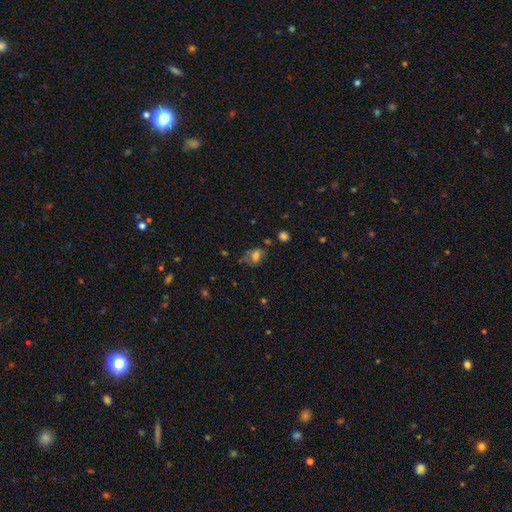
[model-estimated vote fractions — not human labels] Overall: smooth (62%). How rounded: in between (70%). Merging: none (52%; minor disturbance 26%).